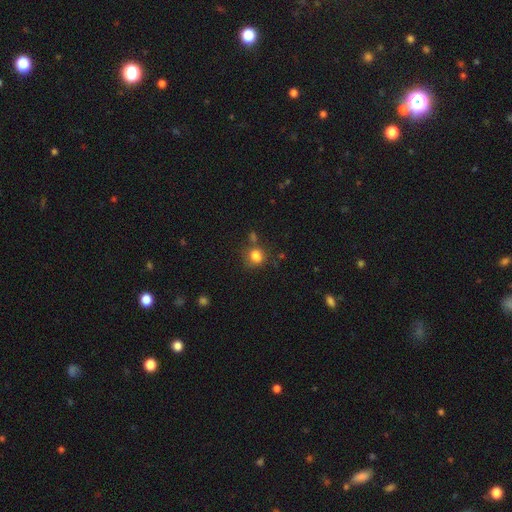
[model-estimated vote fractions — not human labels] Smooth or featured?
  - smooth: 82% *
  - star or artifact: 12%
  - featured or disk: 6%
How rounded?
  - round: 69% *
  - in between: 30%
  - cigar-shaped: 1%
Merging?
  - none: 63% *
  - minor disturbance: 18%
  - merger: 13%
  - major disturbance: 7%